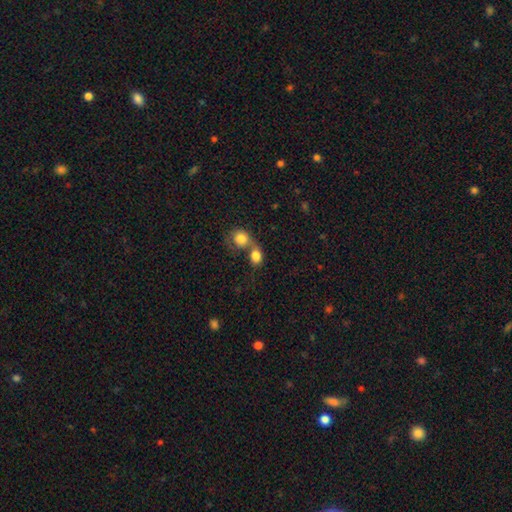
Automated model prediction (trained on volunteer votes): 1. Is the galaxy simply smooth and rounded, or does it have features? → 83% smooth, 9% featured or disk, 9% star or artifact.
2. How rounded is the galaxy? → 64% round, 35% in between, 1% cigar-shaped.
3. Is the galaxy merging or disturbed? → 63% merger, 25% none, 7% minor disturbance, 5% major disturbance.